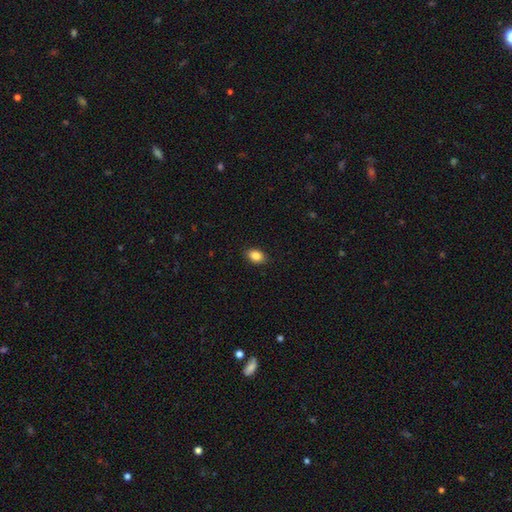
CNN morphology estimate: The model was most divided on "how rounded": in between: 80%, round: 18%, cigar-shaped: 1%. More confident: merging — none (89%); smooth or featured — smooth (87%).